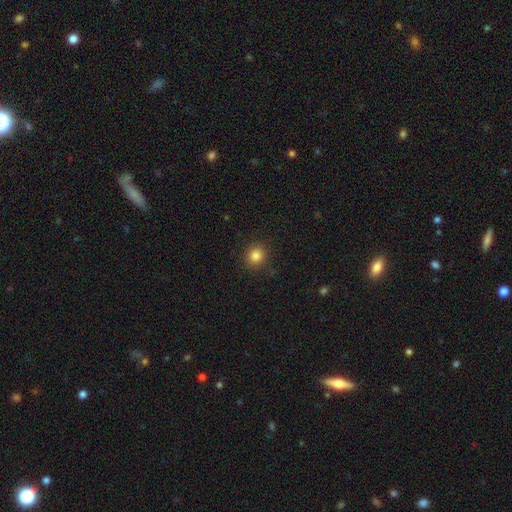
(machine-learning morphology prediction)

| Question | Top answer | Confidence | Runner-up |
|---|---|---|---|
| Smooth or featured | smooth | 84% | star or artifact (11%) |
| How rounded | round | 84% | in between (15%) |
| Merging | none | 89% | minor disturbance (7%) |